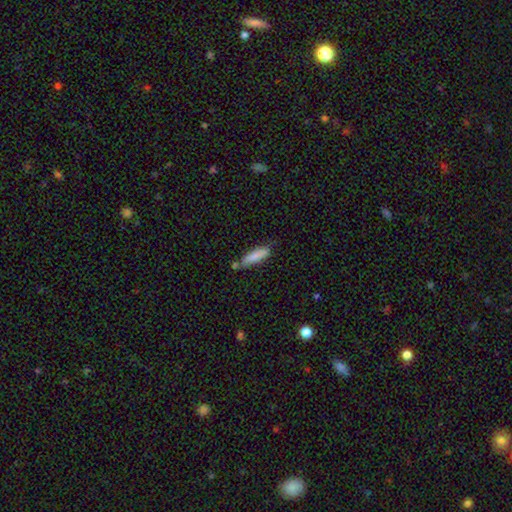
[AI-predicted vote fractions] Smooth or featured? smooth (82%)
How rounded? cigar-shaped (71%)
Merging? none (64%)